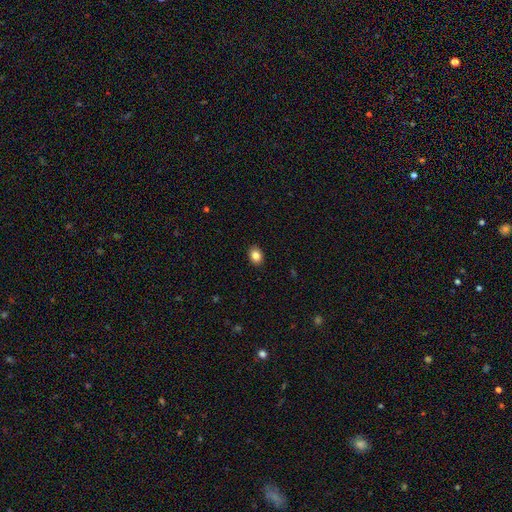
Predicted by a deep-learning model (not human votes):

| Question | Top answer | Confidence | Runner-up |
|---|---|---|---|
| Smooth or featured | smooth | 86% | star or artifact (9%) |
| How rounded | in between | 67% | round (32%) |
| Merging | none | 90% | minor disturbance (7%) |